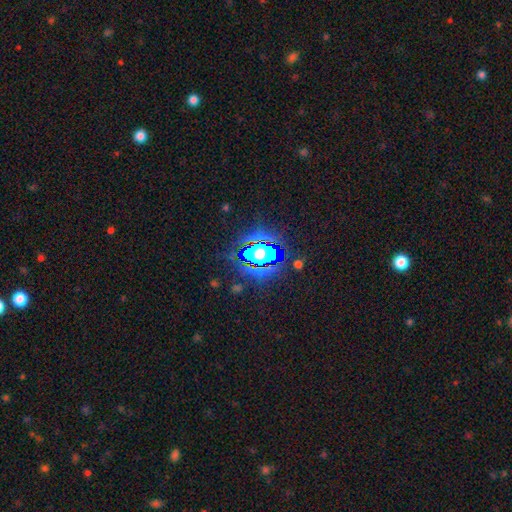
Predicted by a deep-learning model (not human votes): Smooth or featured? Predicted: star or artifact (p=0.81).